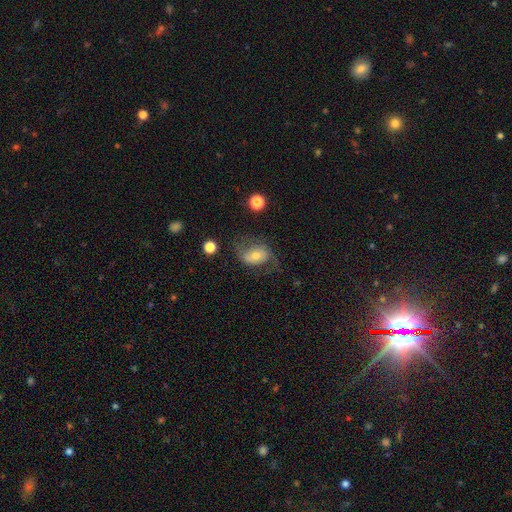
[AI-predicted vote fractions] Overall: featured or disk (59%; smooth 32%). Edge-on disk: no (96%). Bar: no (57%; weak 30%). Spiral arms: yes (83%). Bulge size: moderate (52%; small 40%). Merging: none (53%; minor disturbance 23%).